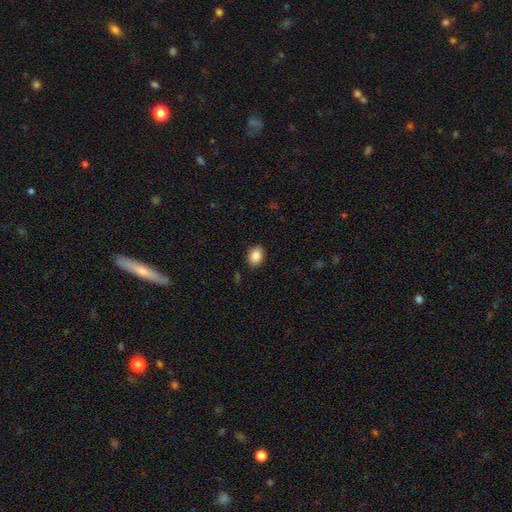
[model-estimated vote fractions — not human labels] smooth 88%, star or artifact 8%, featured or disk 4%. Down the decision tree: how rounded — in between (73%); merging — none (88%).